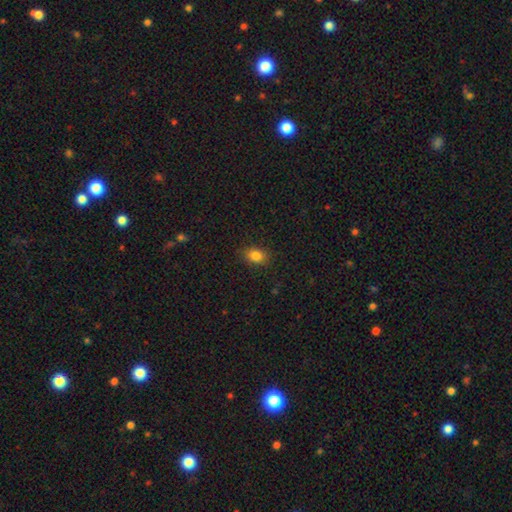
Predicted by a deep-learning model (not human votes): Smooth or featured? Predicted: smooth (p=0.83). How rounded? Predicted: in between (p=0.73). Merging? Predicted: none (p=0.86).